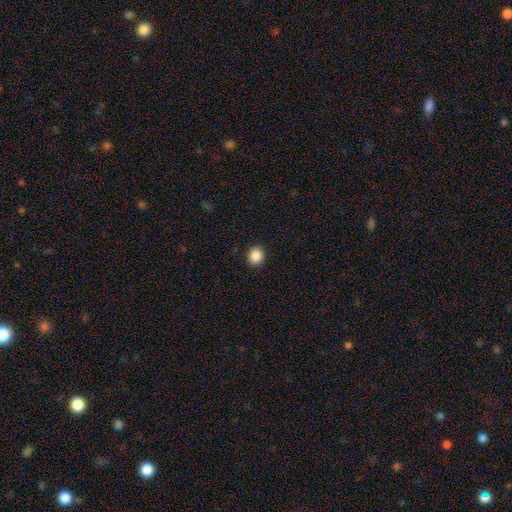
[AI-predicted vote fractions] smooth-or-featured: smooth: 88% | star or artifact: 9% | featured or disk: 3%
  how-rounded: round: 77% | in between: 22% | cigar-shaped: 1%
  merging: none: 92% | minor disturbance: 6% | major disturbance: 2% | merger: 1%